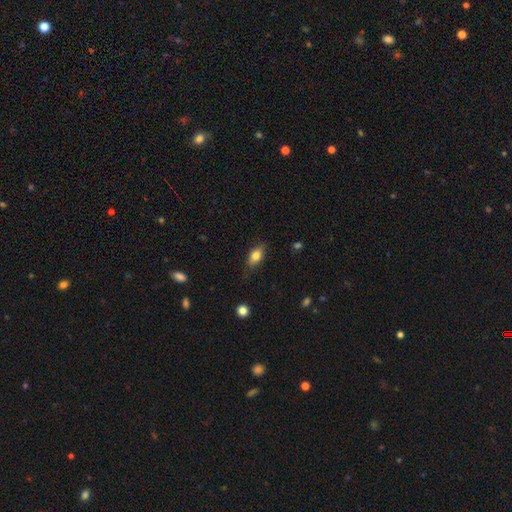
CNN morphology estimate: This appears to be a smooth galaxy with no disk features (78%) that is in between round and cigar-shaped (85%). Merging: none (76%).